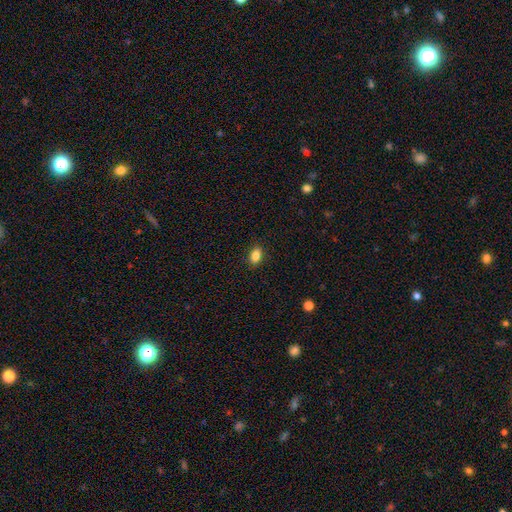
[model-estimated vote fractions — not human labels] This appears to be a smooth galaxy with no disk features (84%) that is in between round and cigar-shaped (83%). Merging: none (89%).